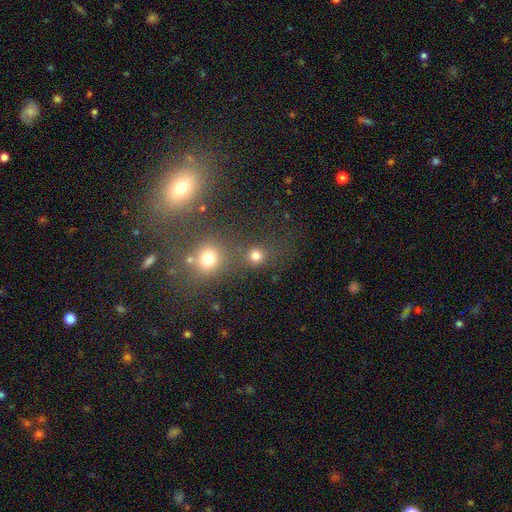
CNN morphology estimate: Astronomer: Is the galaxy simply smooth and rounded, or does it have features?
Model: smooth — 77%.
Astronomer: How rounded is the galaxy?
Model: round — 88%.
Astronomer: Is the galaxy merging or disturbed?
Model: none — 64%.